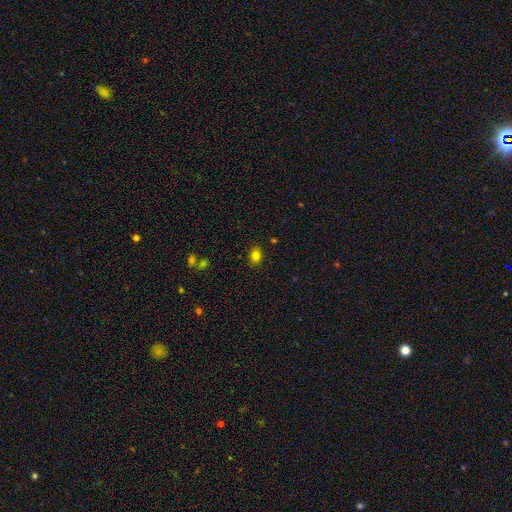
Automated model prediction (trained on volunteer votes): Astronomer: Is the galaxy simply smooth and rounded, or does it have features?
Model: smooth — 80%.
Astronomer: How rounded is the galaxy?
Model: in between — 72%.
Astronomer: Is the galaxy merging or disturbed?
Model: none — 86%.